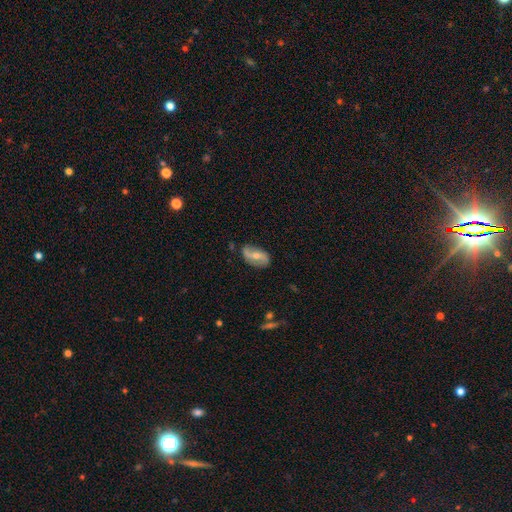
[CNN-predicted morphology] The model was most divided on "bar": weak: 36%, no: 34%, strong: 30%. More confident: edge-on disk — no (94%); spiral arm count — 2 (89%); spiral arms — yes (82%); merging — none (75%); spiral winding — loose (68%); smooth or featured — featured or disk (65%); bulge size — moderate (55%).